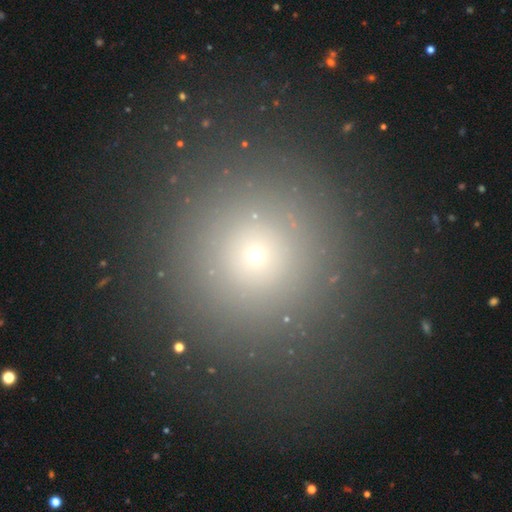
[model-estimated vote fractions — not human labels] smooth 63%, star or artifact 24%, featured or disk 12%. Down the decision tree: how rounded — round (91%); merging — none (85%).